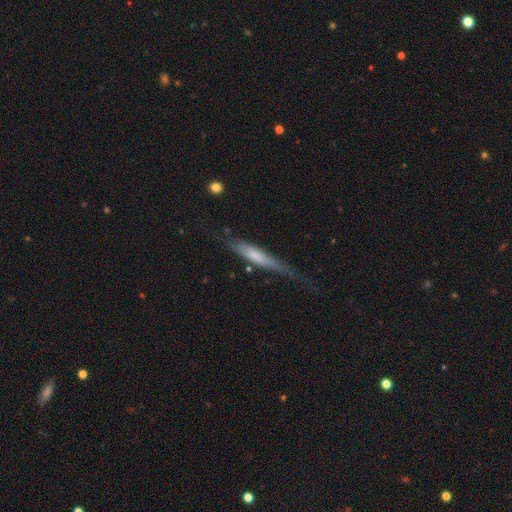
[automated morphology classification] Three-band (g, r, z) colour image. It shows a smooth galaxy with no disk features (52%) that is cigar-shaped (88%). Merging: none (52%).